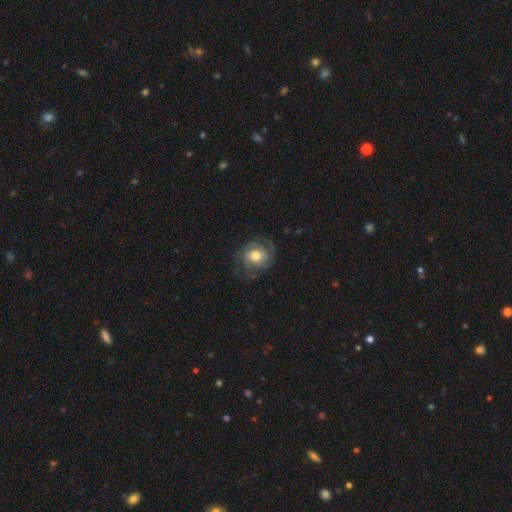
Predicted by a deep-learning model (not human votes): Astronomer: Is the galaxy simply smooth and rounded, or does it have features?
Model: featured or disk — 70%.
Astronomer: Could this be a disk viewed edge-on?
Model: no — 97%.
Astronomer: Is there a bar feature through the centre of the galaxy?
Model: no — 76%.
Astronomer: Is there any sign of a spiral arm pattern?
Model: yes — 88%.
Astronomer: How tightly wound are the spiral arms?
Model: tight — 52% (runner-up: medium, 35%).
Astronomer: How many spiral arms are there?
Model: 2 — 33% (runner-up: can't tell, 31%).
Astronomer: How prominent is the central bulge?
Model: moderate — 60%.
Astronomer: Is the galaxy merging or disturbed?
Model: none — 68%.